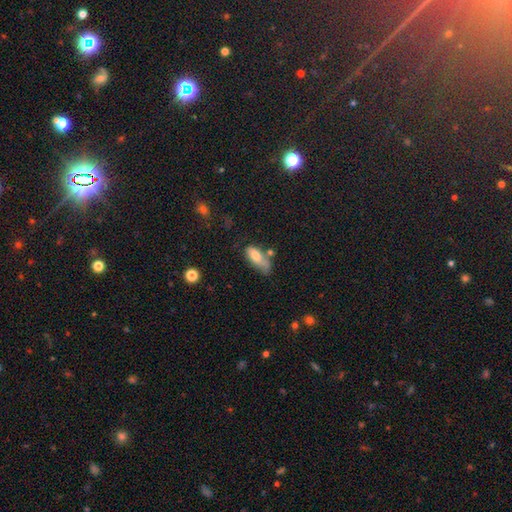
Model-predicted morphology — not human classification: Smooth or featured?
  - smooth: 72% *
  - featured or disk: 20%
  - star or artifact: 8%
How rounded?
  - in between: 79% *
  - cigar-shaped: 17%
  - round: 3%
Merging?
  - none: 35% *
  - minor disturbance: 29%
  - merger: 18%
  - major disturbance: 18%